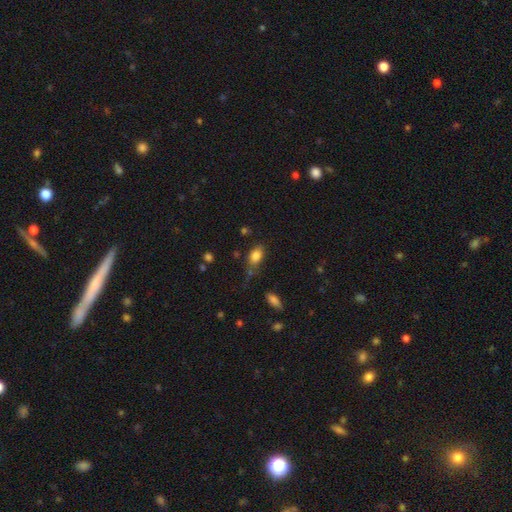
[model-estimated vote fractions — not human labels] A smooth galaxy with no disk features (84%) that is in between round and cigar-shaped (86%).

Vote fractions:
- Smooth or featured? smooth: 84% / star or artifact: 9% / featured or disk: 7%
- How rounded? in between: 86% / round: 11% / cigar-shaped: 3%
- Merging? none: 66% / minor disturbance: 22% / major disturbance: 7% / merger: 5%